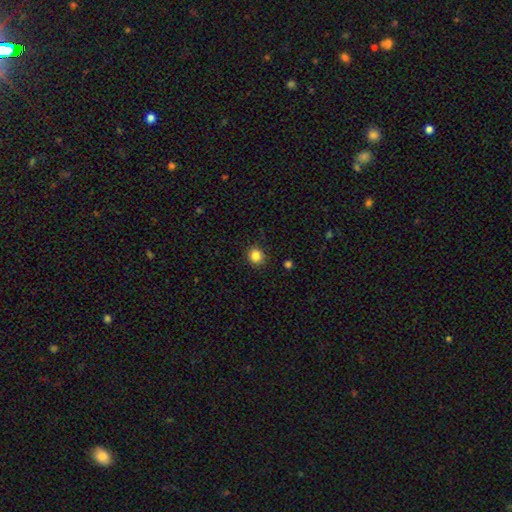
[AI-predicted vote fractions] Overall: smooth (84%). How rounded: round (85%). Merging: none (90%).